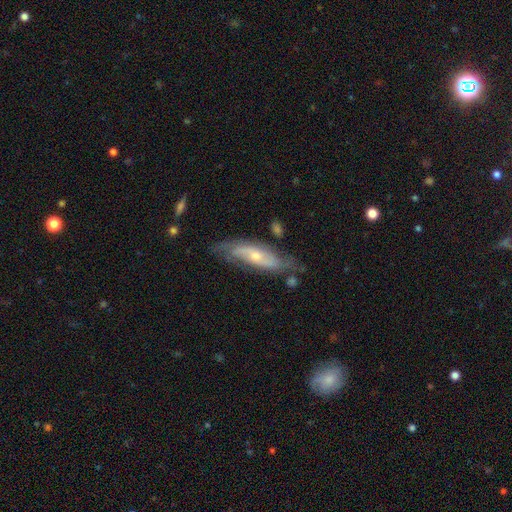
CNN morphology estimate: This is likely a featured or disk galaxy (68%). It is likely not viewed edge-on (71%). Merging: likely none (65%).